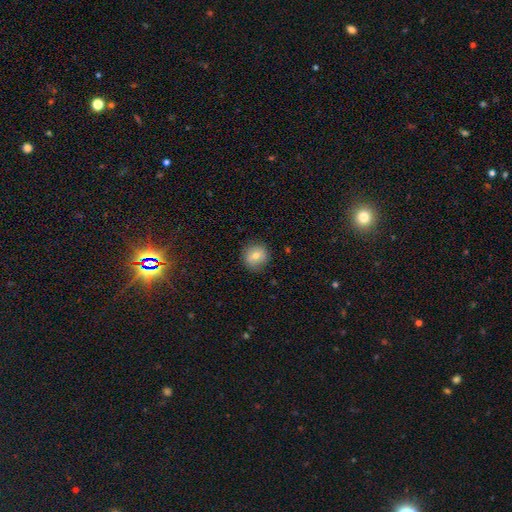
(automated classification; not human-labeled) smooth-or-featured: smooth: 70% | featured or disk: 19% | star or artifact: 11%
  how-rounded: round: 90% | in between: 9% | cigar-shaped: 1%
  merging: none: 87% | minor disturbance: 9% | major disturbance: 3% | merger: 1%